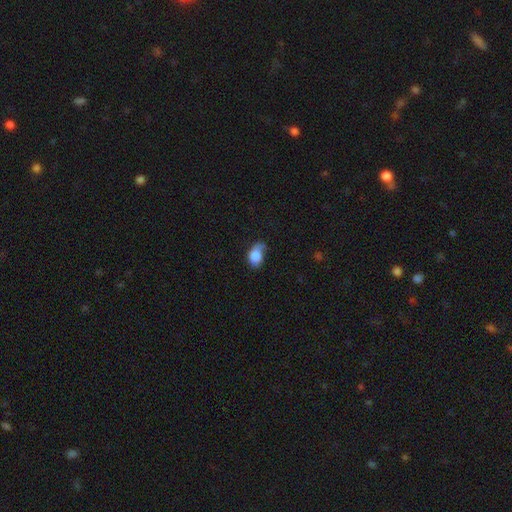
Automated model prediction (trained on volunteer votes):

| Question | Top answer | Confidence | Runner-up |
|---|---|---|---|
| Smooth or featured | smooth | 78% | featured or disk (14%) |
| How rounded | in between | 71% | round (28%) |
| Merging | minor disturbance | 38% | none (31%) |